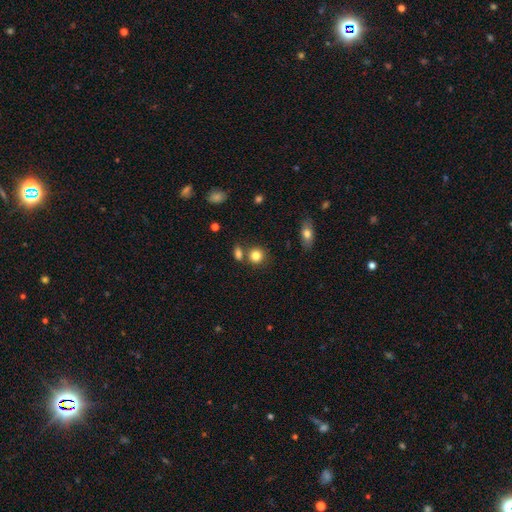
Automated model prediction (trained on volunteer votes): Smooth or featured: smooth — 82% (star or artifact — 11%)
How rounded: round — 81% (in between — 17%)
Merging: none — 69% (merger — 18%)